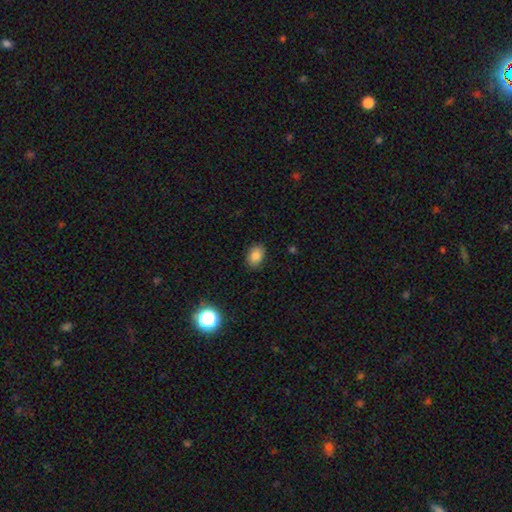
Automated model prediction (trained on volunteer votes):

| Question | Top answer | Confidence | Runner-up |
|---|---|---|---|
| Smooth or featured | smooth | 84% | star or artifact (11%) |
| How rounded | in between | 78% | round (21%) |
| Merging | none | 85% | minor disturbance (11%) |